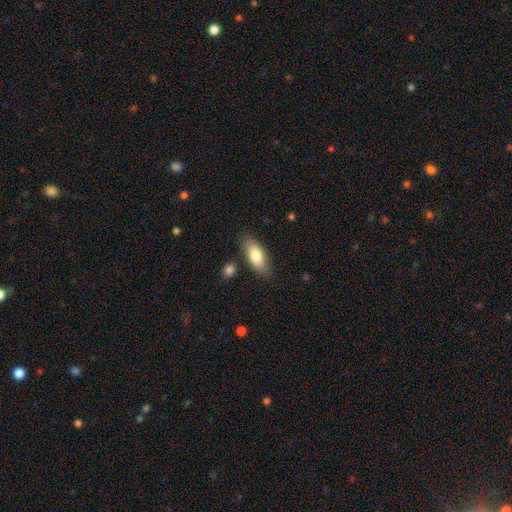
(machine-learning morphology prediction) A smooth galaxy with no disk features (79%) that is in between round and cigar-shaped (81%).

Vote fractions:
- Smooth or featured? smooth: 79% / featured or disk: 15% / star or artifact: 6%
- How rounded? in between: 81% / cigar-shaped: 17% / round: 3%
- Merging? none: 81% / minor disturbance: 13% / merger: 4% / major disturbance: 3%